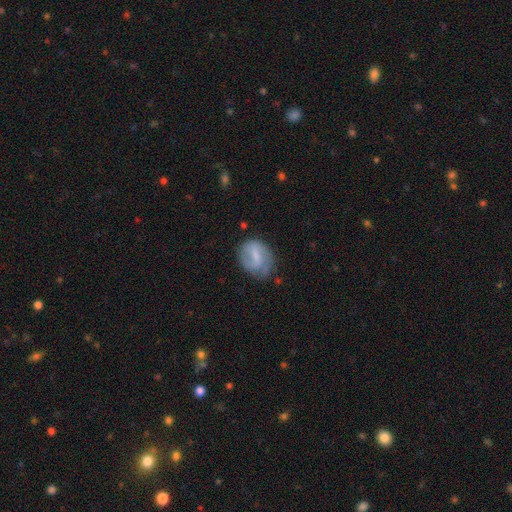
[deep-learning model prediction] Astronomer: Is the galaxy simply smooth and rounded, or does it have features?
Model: featured or disk — 47% (runner-up: smooth, 46%).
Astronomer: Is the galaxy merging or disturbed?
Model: none — 56%.